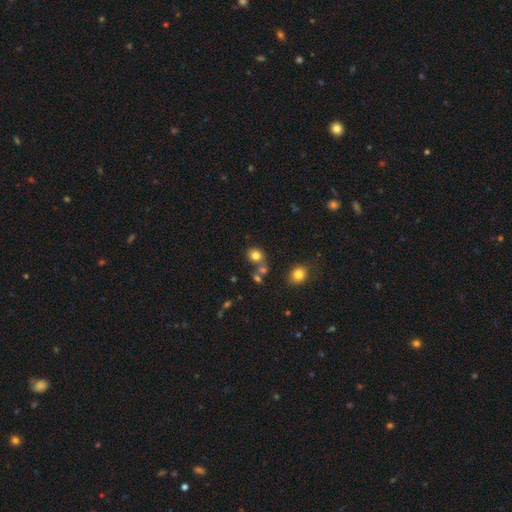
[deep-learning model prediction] Smooth or featured? Predicted: smooth (p=0.78). How rounded? Predicted: round (p=0.78). Merging? Predicted: none (p=0.62).